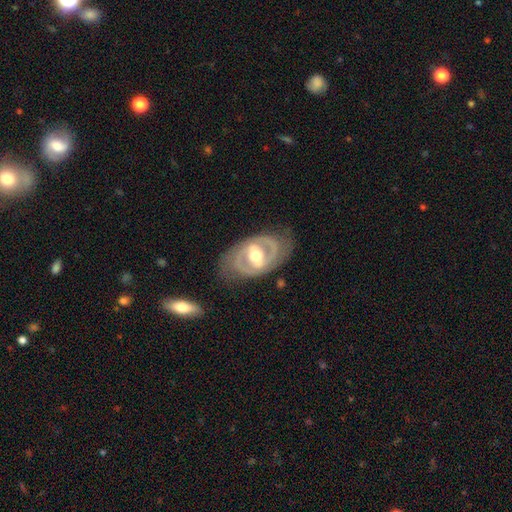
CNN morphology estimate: smooth_or_featured: featured or disk (p=0.83) [alt: smooth p=0.13]
disk_edge_on: no (p=0.95) [alt: yes p=0.05]
bar: strong (p=0.42) [alt: weak p=0.39]
has_spiral_arms: yes (p=0.77) [alt: no p=0.23]
spiral_winding: medium (p=0.44) [alt: tight p=0.40]
spiral_arm_count: 2 (p=0.83) [alt: can't tell p=0.09]
bulge_size: moderate (p=0.72) [alt: large p=0.14]
merging: none (p=0.75) [alt: minor disturbance p=0.16]